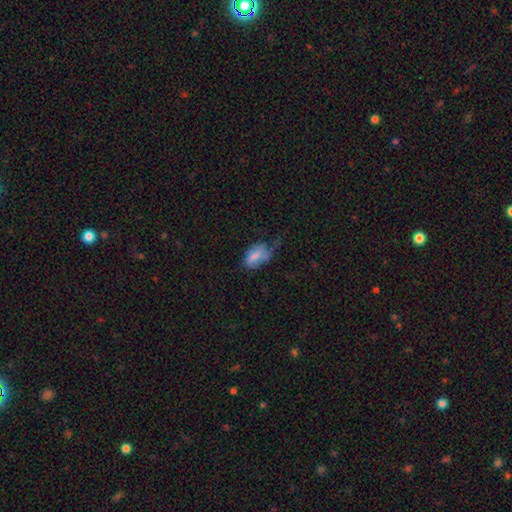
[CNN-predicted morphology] smooth-or-featured: smooth: 72% | featured or disk: 19% | star or artifact: 9%
  how-rounded: in between: 90% | round: 8% | cigar-shaped: 2%
  merging: minor disturbance: 35% | major disturbance: 33% | none: 28% | merger: 4%